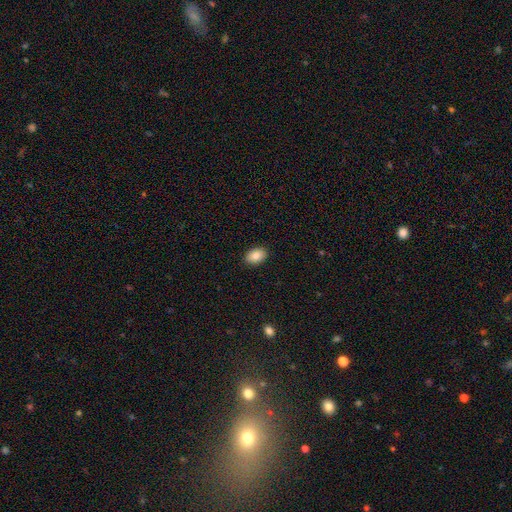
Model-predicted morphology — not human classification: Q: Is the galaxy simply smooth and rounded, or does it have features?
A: smooth — 89%.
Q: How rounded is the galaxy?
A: in between — 87%.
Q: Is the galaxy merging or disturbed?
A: none — 90%.